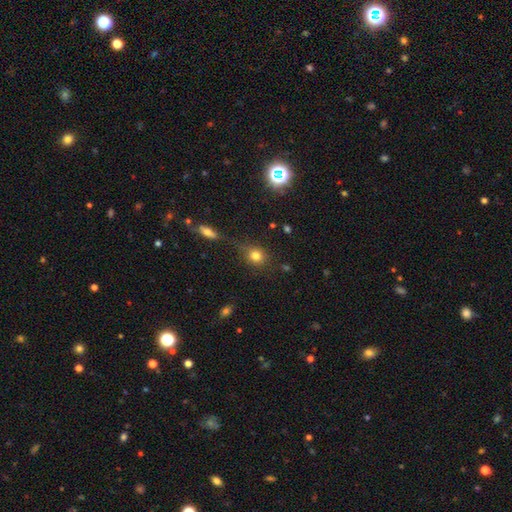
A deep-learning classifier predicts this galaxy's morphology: Smooth or featured? smooth (78%)
How rounded? round (80%)
Merging? none (67%)